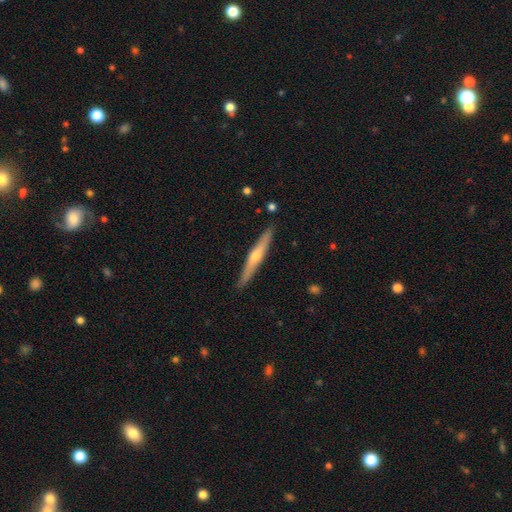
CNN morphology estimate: Smooth or featured? Predicted: featured or disk (p=0.62). Edge-on disk? Predicted: yes (p=0.97). Edge-on bulge? Predicted: rounded (p=0.81). Merging? Predicted: none (p=0.91).